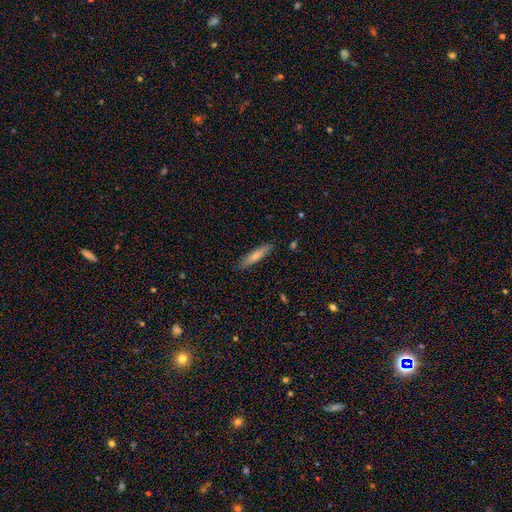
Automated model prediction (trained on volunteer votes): Smooth or featured? Predicted: smooth (p=0.75). How rounded? Predicted: cigar-shaped (p=0.85). Merging? Predicted: none (p=0.87).